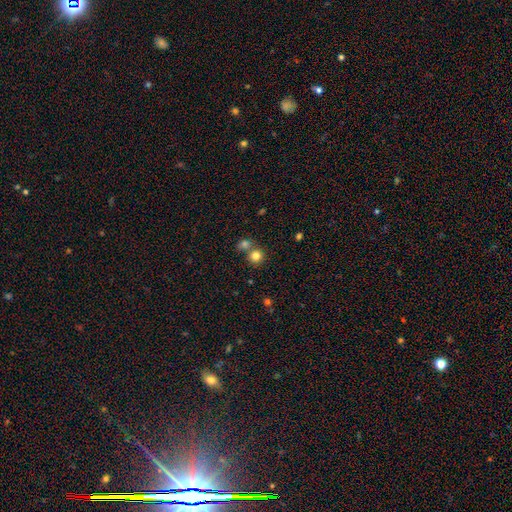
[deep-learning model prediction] This appears to be a smooth galaxy with no disk features (81%) that is round (89%). Merging: none (59%).